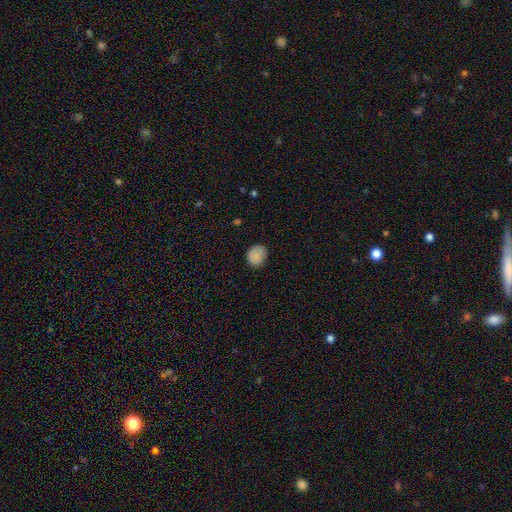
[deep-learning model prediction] Overall: smooth (87%). How rounded: round (69%; in between 30%). Merging: none (83%).